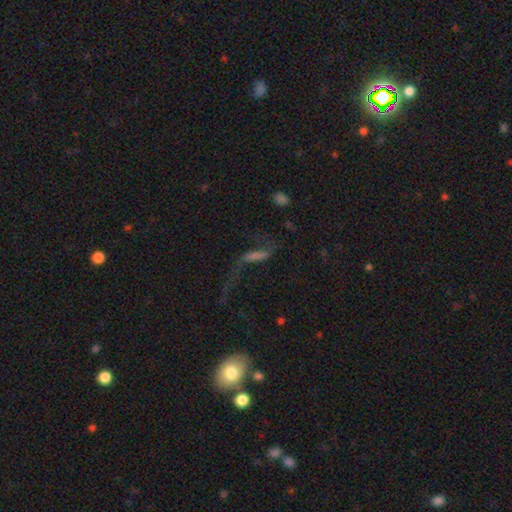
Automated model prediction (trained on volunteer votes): Q: Smooth or featured?
A: featured or disk (48%); runner-up: smooth (33%)
Q: Merging?
A: major disturbance (44%); runner-up: none (34%)